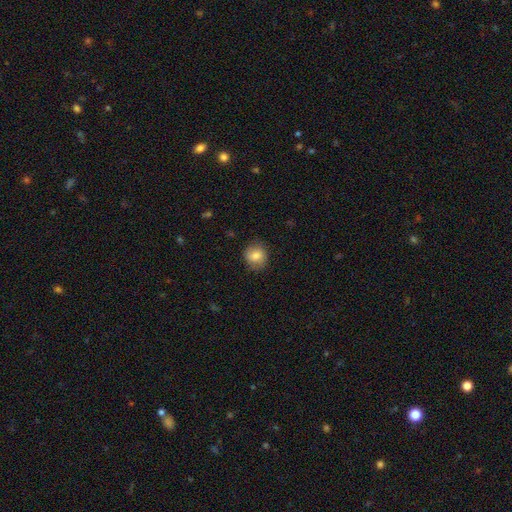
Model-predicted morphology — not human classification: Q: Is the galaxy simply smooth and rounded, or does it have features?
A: smooth — 80%.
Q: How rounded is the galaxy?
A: round — 81%.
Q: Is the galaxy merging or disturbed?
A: none — 84%.